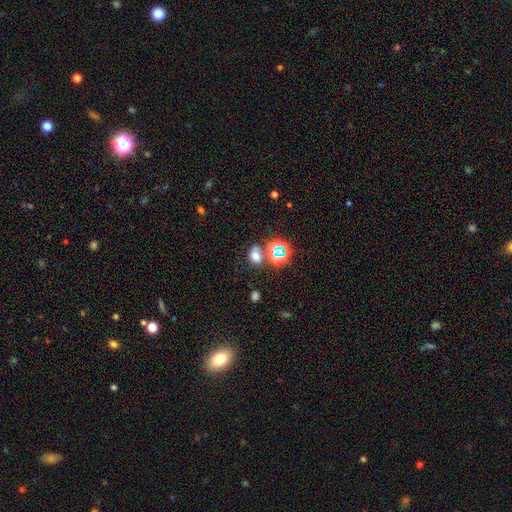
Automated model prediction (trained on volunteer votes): smooth_or_featured: smooth (p=0.60) [alt: star or artifact p=0.31]
how_rounded: in between (p=0.65) [alt: round p=0.33]
merging: none (p=0.63) [alt: merger p=0.17]